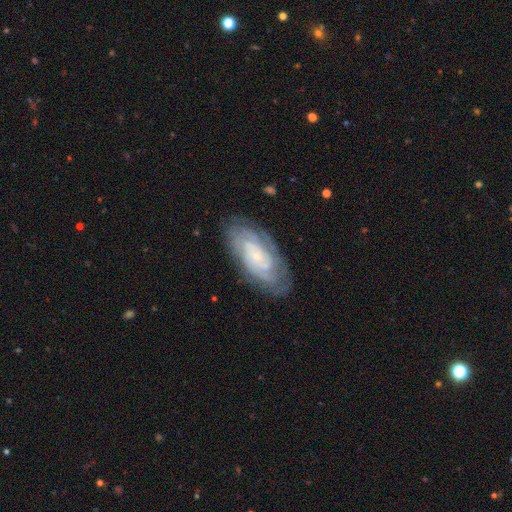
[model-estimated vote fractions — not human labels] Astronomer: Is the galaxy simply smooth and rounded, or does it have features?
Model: featured or disk — 77%.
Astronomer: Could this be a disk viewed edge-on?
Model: no — 93%.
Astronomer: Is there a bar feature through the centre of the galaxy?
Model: no — 73%.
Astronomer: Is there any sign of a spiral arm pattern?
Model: yes — 92%.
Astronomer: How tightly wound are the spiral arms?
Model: tight — 73%.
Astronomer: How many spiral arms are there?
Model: can't tell — 46% (runner-up: 2, 21%).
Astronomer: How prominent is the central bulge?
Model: small — 77%.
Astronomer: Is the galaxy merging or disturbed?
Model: none — 78%.